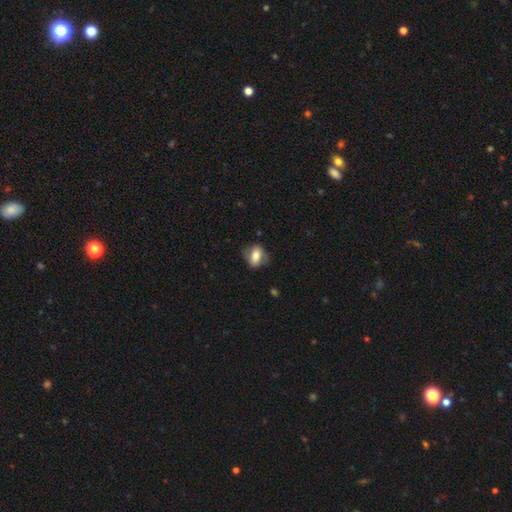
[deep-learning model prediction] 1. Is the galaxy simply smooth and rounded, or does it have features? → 72% smooth, 20% featured or disk, 8% star or artifact.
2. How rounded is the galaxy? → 71% in between, 27% round, 3% cigar-shaped.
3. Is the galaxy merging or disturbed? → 72% none, 21% minor disturbance, 6% major disturbance, 1% merger.